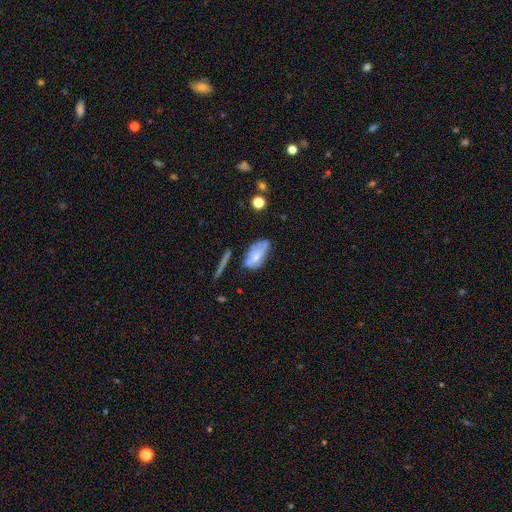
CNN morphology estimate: A smooth galaxy with no disk features (58%) that is in between round and cigar-shaped (91%). Merging: none (42%).